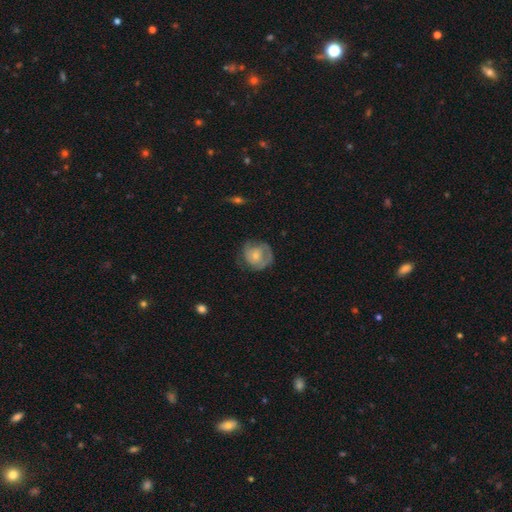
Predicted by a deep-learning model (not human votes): Overall: featured or disk (50%; smooth 44%). Merging: none (57%; minor disturbance 26%).